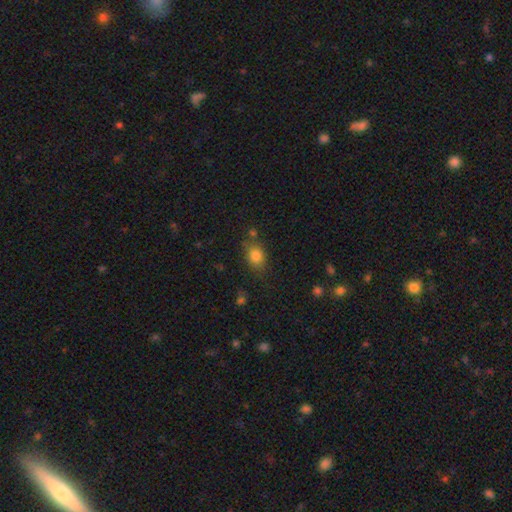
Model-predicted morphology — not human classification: This is clearly a smooth galaxy (82%). How rounded: possibly in between (55%). Merging: likely none (66%).